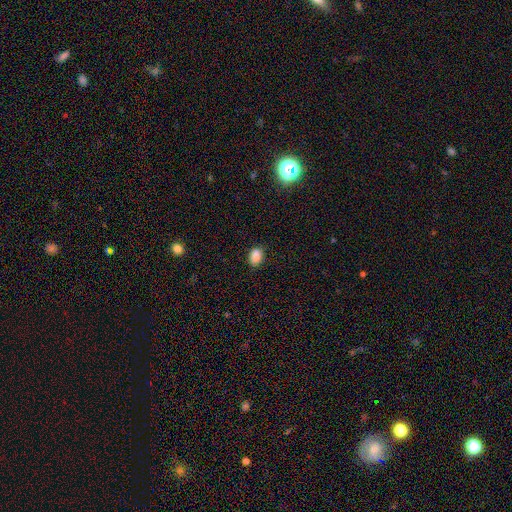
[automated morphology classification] smooth 88%, star or artifact 9%, featured or disk 3%. Down the decision tree: how rounded — in between (78%); merging — none (82%).